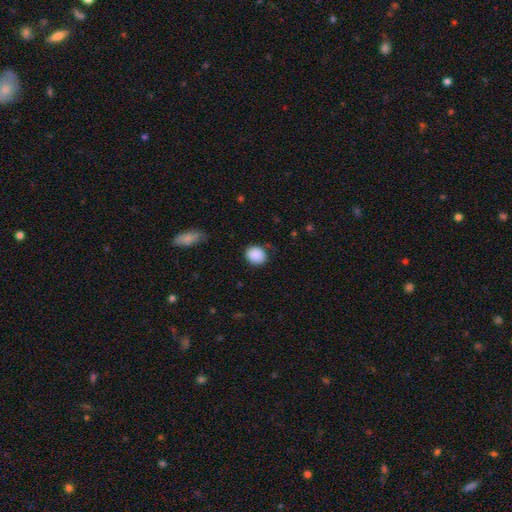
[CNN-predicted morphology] A smooth galaxy with no disk features (89%) that is round (71%). Merging: none (83%).